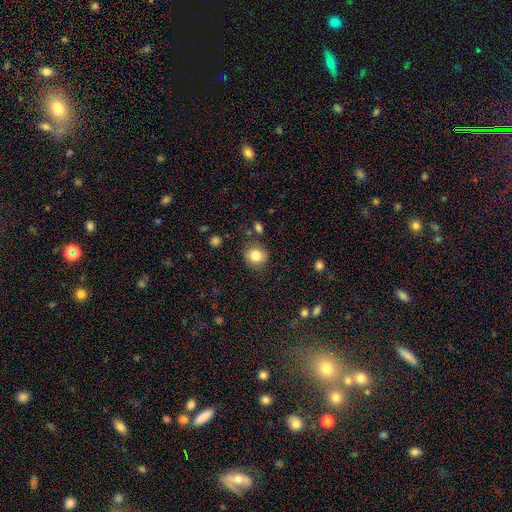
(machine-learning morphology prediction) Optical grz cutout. It shows a smooth galaxy with no disk features (83%) that is round (84%). Merging: none (83%).